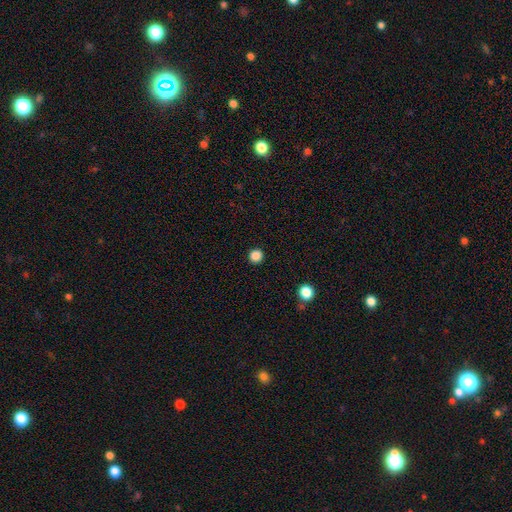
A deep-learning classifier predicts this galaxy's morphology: Smooth or featured: smooth — 86% (star or artifact — 12%)
How rounded: round — 95% (in between — 4%)
Merging: none — 93% (minor disturbance — 4%)